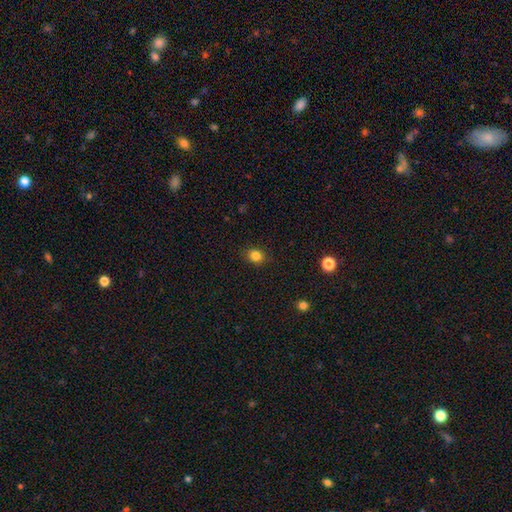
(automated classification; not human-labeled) Q: Smooth or featured?
A: smooth (83%); runner-up: star or artifact (12%)
Q: How rounded?
A: round (67%); runner-up: in between (32%)
Q: Merging?
A: none (88%); runner-up: minor disturbance (9%)